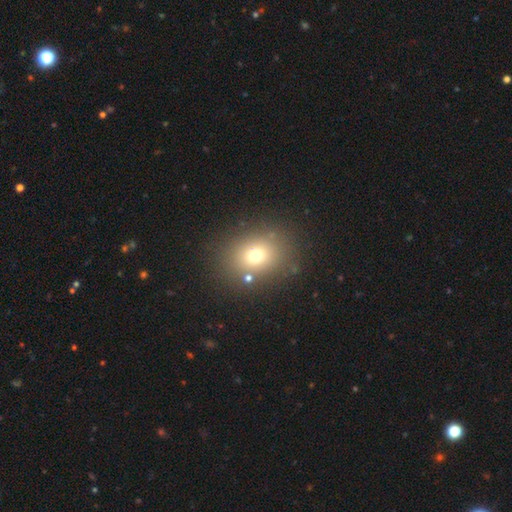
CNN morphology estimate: Smooth or featured: smooth — 70% (star or artifact — 18%)
How rounded: round — 59% (in between — 40%)
Merging: none — 80% (minor disturbance — 10%)